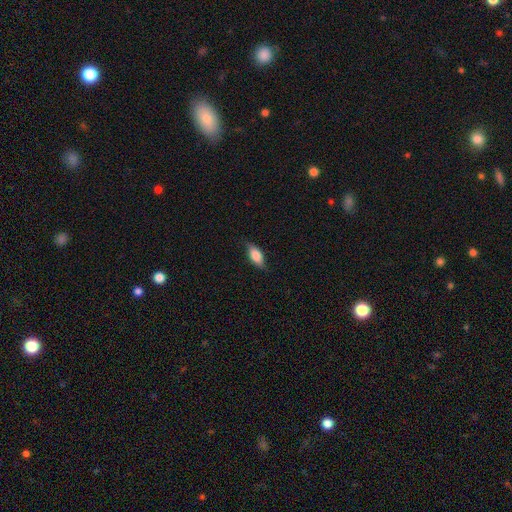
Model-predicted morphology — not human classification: This is likely a smooth galaxy (70%). How rounded: clearly in between (80%). Merging: likely none (77%).